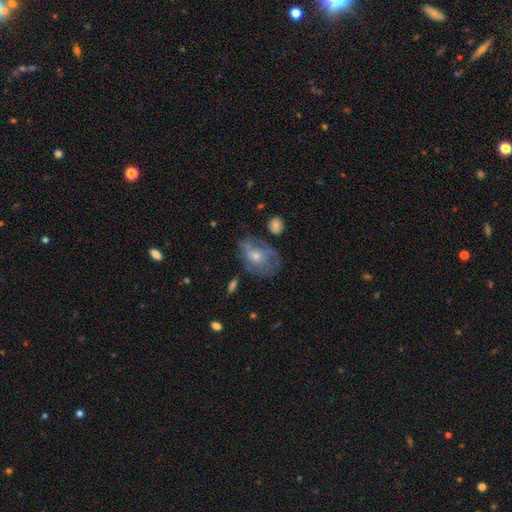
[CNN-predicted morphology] This is likely a featured or disk galaxy (62%). It is clearly not viewed edge-on (95%). Bar: likely no (76%). Spiral arm pattern: likely yes (68%). Central bulge: possibly moderate (50%). Merging: possibly none (56%).